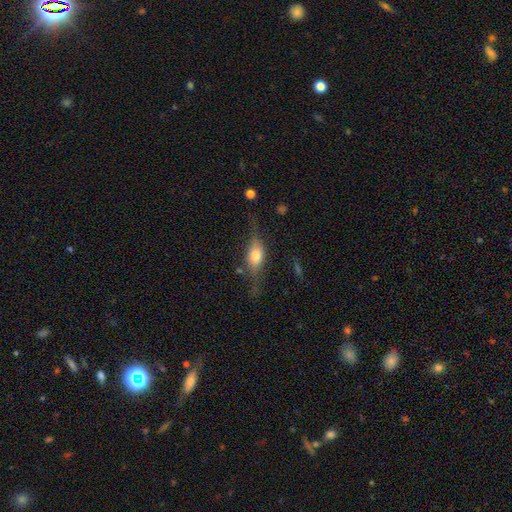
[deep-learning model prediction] A featured or disk galaxy (48%).

Vote fractions:
- Smooth or featured? featured or disk: 48% / smooth: 44% / star or artifact: 9%
- Merging? none: 59% / minor disturbance: 24% / major disturbance: 15% / merger: 2%